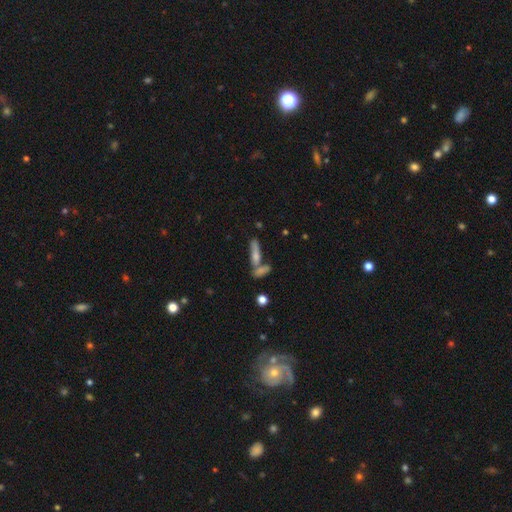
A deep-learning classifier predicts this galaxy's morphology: smooth_or_featured: smooth (p=0.63) [alt: featured or disk p=0.27]
how_rounded: cigar-shaped (p=0.63) [alt: in between p=0.33]
merging: none (p=0.48) [alt: merger p=0.36]